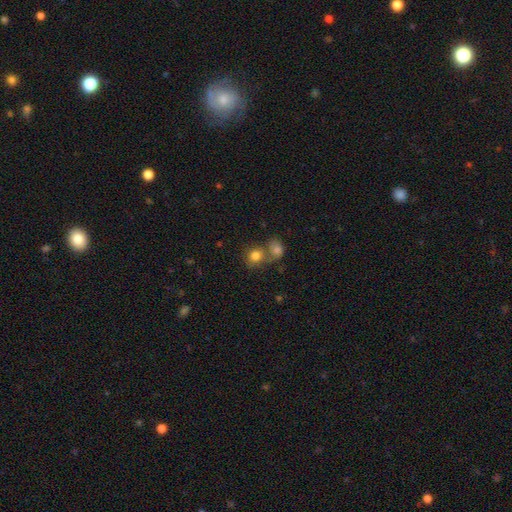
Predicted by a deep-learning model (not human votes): Smooth or featured: smooth — 80% (star or artifact — 11%)
How rounded: round — 74% (in between — 25%)
Merging: merger — 46% (none — 40%)